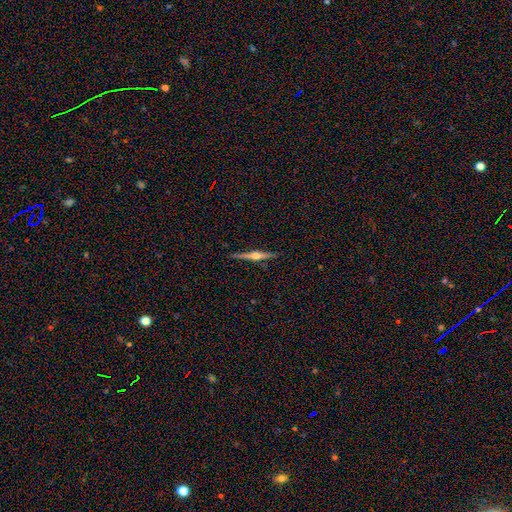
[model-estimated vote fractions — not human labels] Smooth or featured: featured or disk — 77% (smooth — 17%)
Edge-on disk: yes — 98% (no — 2%)
Edge-on bulge: rounded — 93% (boxy — 4%)
Merging: none — 90% (minor disturbance — 7%)